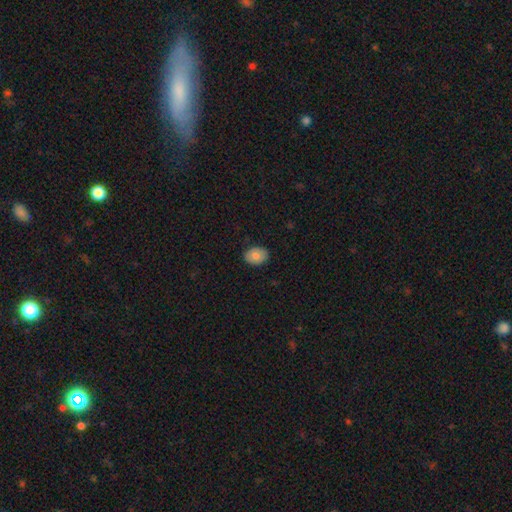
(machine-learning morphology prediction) This is likely a smooth galaxy (74%). How rounded: likely in between (69%). Merging: clearly none (87%).